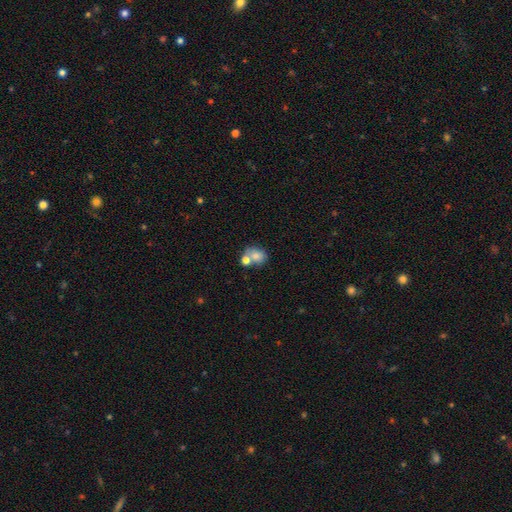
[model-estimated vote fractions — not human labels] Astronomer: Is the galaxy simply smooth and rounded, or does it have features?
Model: smooth — 76%.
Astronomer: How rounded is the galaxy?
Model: round — 55% (runner-up: in between, 44%).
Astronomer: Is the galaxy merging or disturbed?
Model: merger — 42% (runner-up: none, 40%).